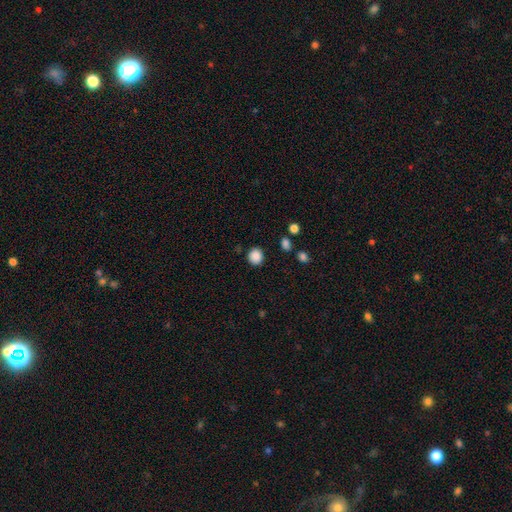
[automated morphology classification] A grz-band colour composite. It shows a smooth galaxy with no disk features (87%) that is round (85%). Merging: none (87%).